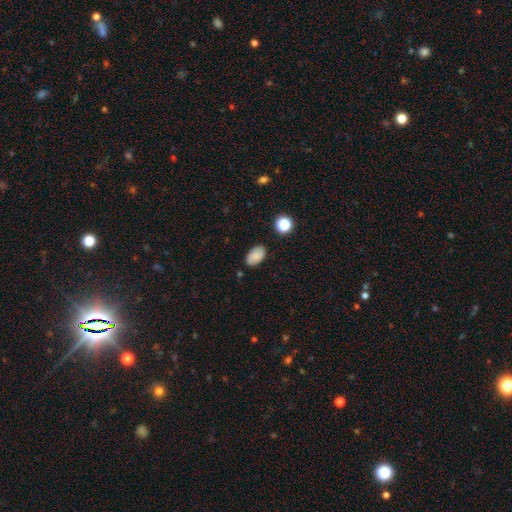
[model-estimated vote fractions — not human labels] This is likely a smooth galaxy (78%). How rounded: clearly in between (91%). Merging: clearly none (82%).